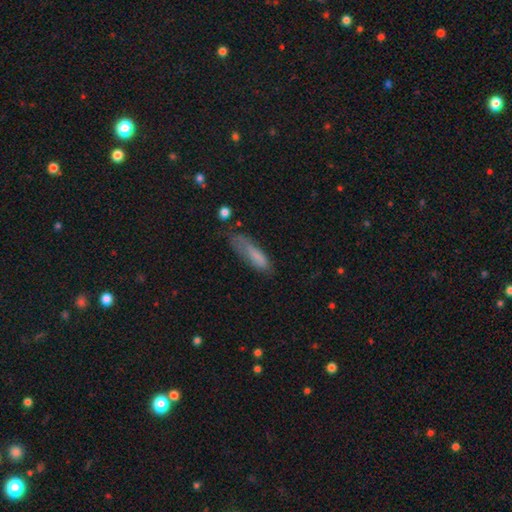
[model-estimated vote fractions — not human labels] Overall: smooth (73%). How rounded: cigar-shaped (63%; in between 35%). Merging: none (42%; minor disturbance 33%).